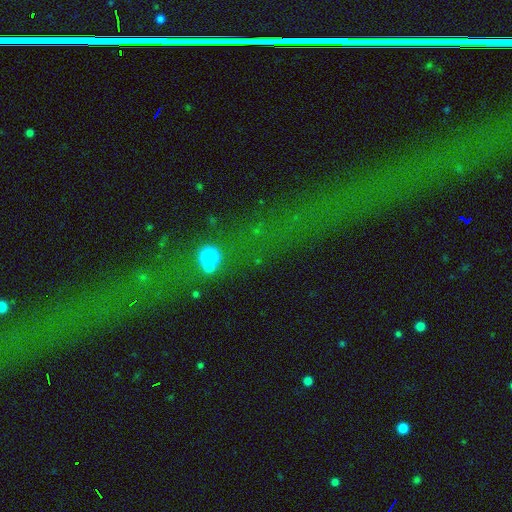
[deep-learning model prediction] Morphology: type=star or artifact (70%).